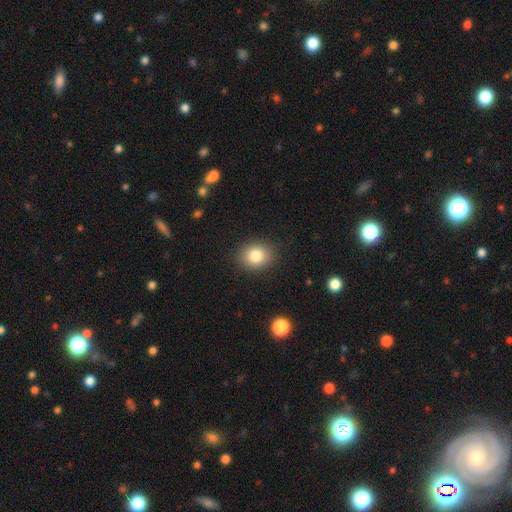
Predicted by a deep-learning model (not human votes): Smooth or featured? smooth (83%)
How rounded? round (61%)
Merging? none (88%)